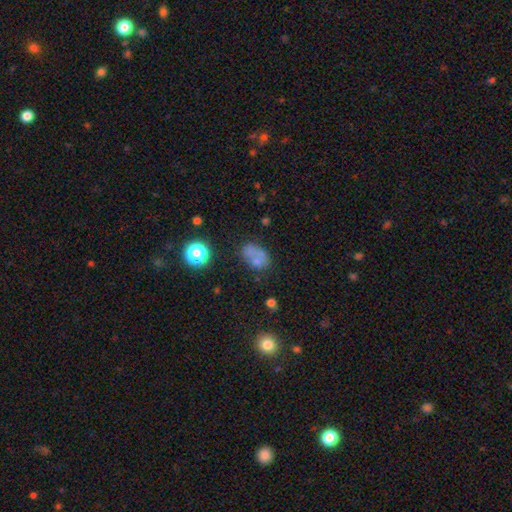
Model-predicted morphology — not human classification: A smooth galaxy with no disk features (59%) that is in between round and cigar-shaped (66%).

Vote fractions:
- Smooth or featured? smooth: 59% / featured or disk: 23% / star or artifact: 19%
- How rounded? in between: 66% / round: 33% / cigar-shaped: 2%
- Merging? none: 41% / merger: 31% / minor disturbance: 16% / major disturbance: 11%